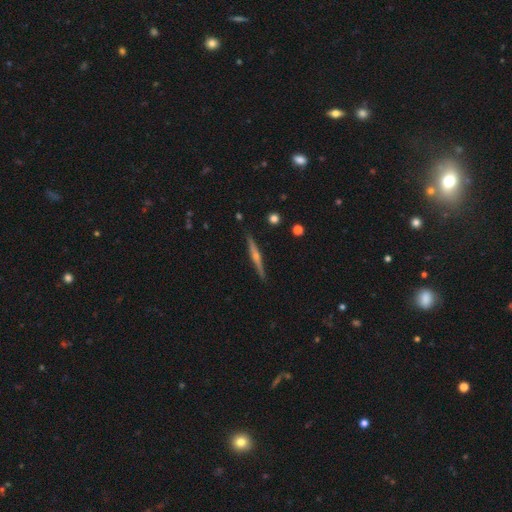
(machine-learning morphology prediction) type=featured or disk (76%); edge-on=yes (98%); edge-on bulge=rounded (84%); merging=none (91%).